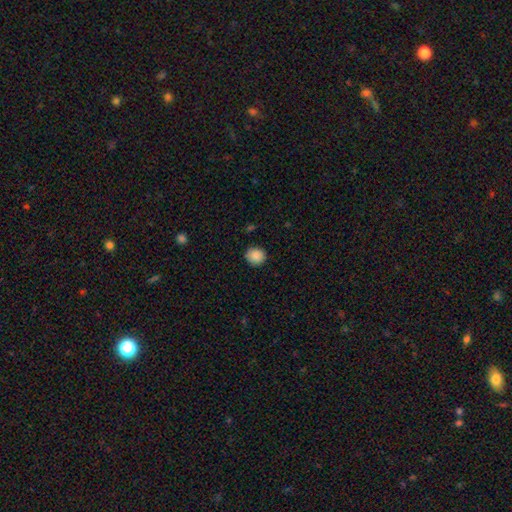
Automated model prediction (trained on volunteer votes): smooth-or-featured: smooth: 88% | star or artifact: 8% | featured or disk: 4%
  how-rounded: round: 85% | in between: 14% | cigar-shaped: 1%
  merging: none: 87% | minor disturbance: 10% | major disturbance: 2% | merger: 1%